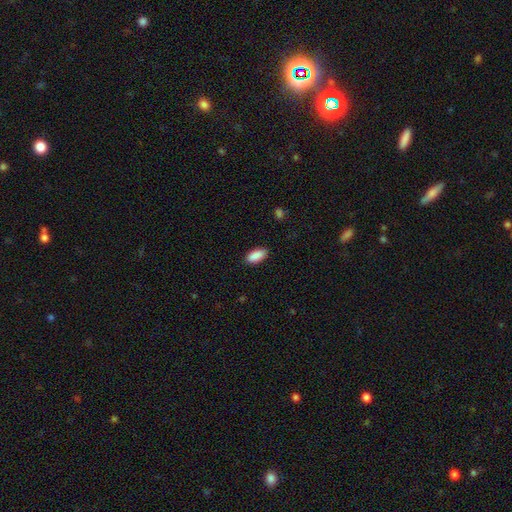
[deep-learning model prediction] smooth-or-featured: smooth: 90% | star or artifact: 6% | featured or disk: 3%
  how-rounded: in between: 89% | cigar-shaped: 9% | round: 2%
  merging: none: 87% | minor disturbance: 10% | major disturbance: 2% | merger: 1%